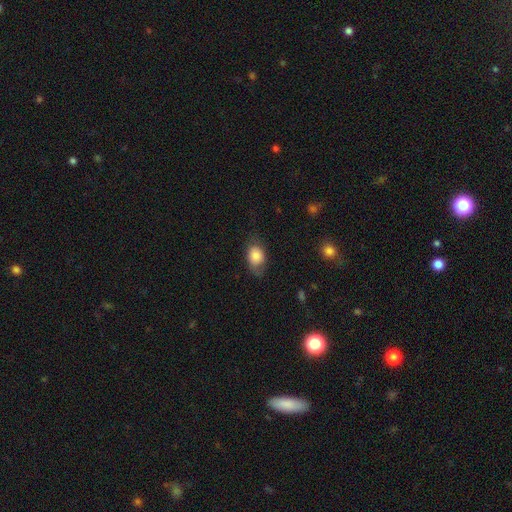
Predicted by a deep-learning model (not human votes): smooth-or-featured: smooth: 78% | featured or disk: 14% | star or artifact: 8%
  how-rounded: in between: 73% | round: 25% | cigar-shaped: 1%
  merging: none: 59% | minor disturbance: 28% | major disturbance: 11% | merger: 1%